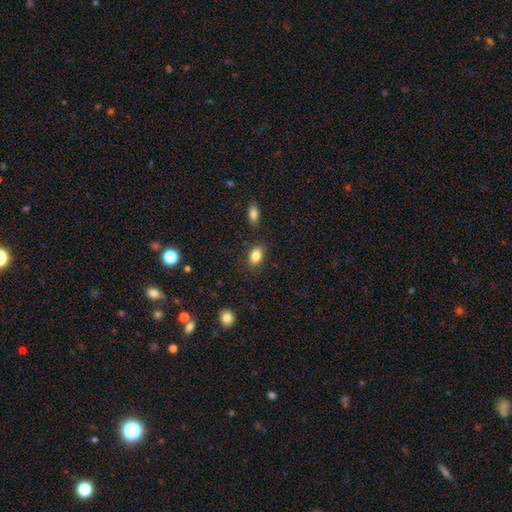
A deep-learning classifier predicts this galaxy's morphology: This appears to be a smooth galaxy with no disk features (85%) that is in between round and cigar-shaped (85%). Merging: none (82%).